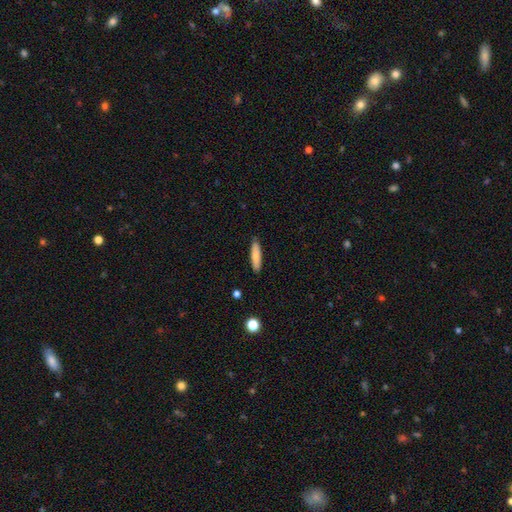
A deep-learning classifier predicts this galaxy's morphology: Smooth or featured? smooth (82%)
How rounded? cigar-shaped (79%)
Merging? none (89%)